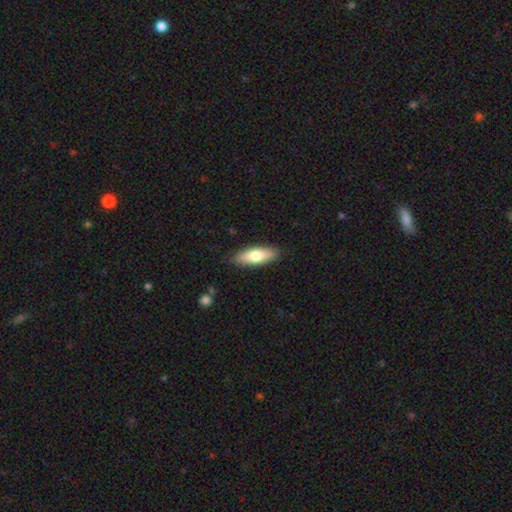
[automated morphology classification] Overall: smooth (70%). How rounded: in between (60%; cigar-shaped 38%). Merging: none (88%).